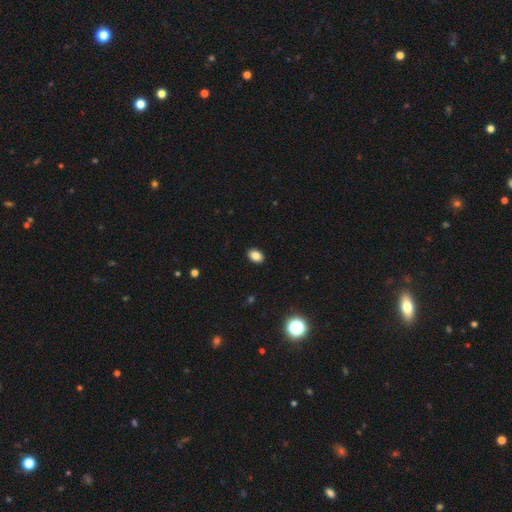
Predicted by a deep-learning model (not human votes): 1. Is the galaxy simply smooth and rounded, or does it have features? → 85% smooth, 10% star or artifact, 5% featured or disk.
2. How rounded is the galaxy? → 76% in between, 22% round, 1% cigar-shaped.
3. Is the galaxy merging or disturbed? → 91% none, 7% minor disturbance, 2% major disturbance, 1% merger.